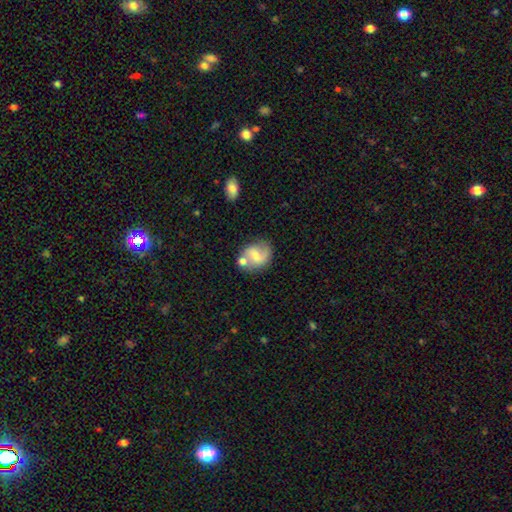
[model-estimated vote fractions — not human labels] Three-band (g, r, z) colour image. It shows a featured or disk galaxy (57%) with a weak bar (46%), spiral arms (81%) and a moderate central bulge (47%). Merging: none (57%).